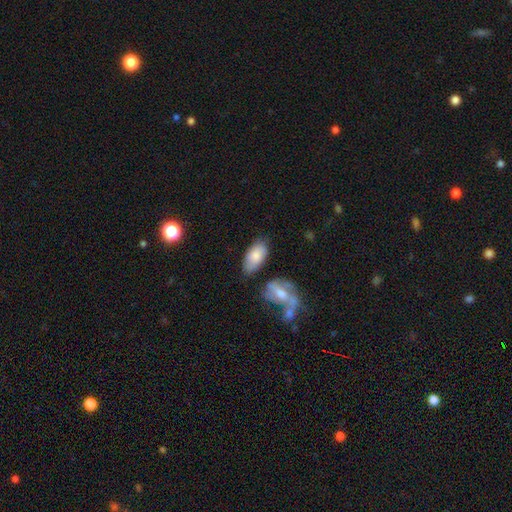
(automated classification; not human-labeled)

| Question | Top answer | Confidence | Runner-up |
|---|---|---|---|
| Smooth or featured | smooth | 77% | featured or disk (16%) |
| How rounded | in between | 93% | cigar-shaped (4%) |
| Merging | none | 64% | minor disturbance (21%) |